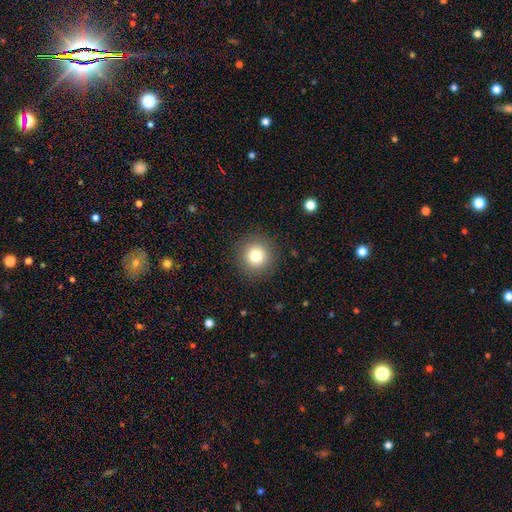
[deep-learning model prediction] smooth_or_featured: smooth (p=0.79) [alt: star or artifact p=0.12]
how_rounded: round (p=0.95) [alt: in between p=0.04]
merging: none (p=0.91) [alt: minor disturbance p=0.06]